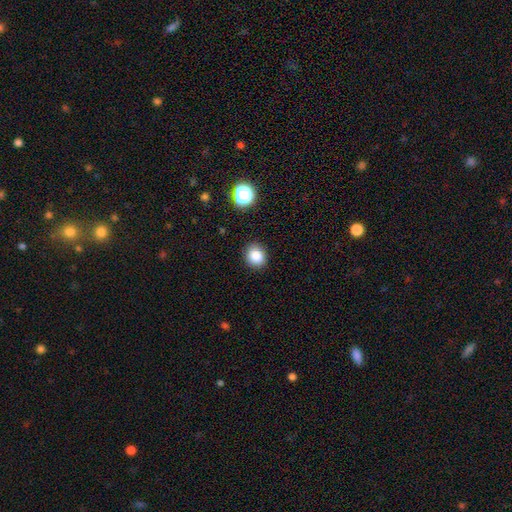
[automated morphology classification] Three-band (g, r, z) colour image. It shows a smooth galaxy with no disk features (85%) that is round (78%). Merging: none (88%).